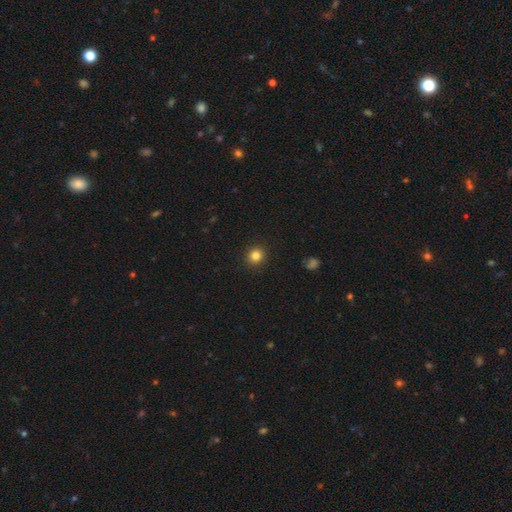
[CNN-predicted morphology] This appears to be a smooth galaxy with no disk features (84%) that is round (91%). Merging: none (92%).